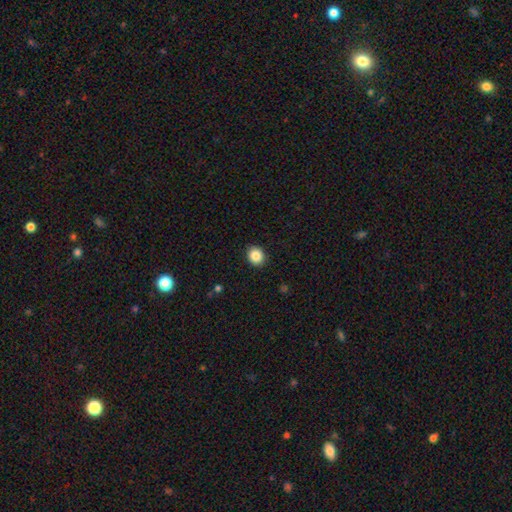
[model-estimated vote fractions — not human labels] The model was most divided on "how rounded": round: 74%, in between: 25%, cigar-shaped: 1%. More confident: merging — none (91%); smooth or featured — smooth (86%).